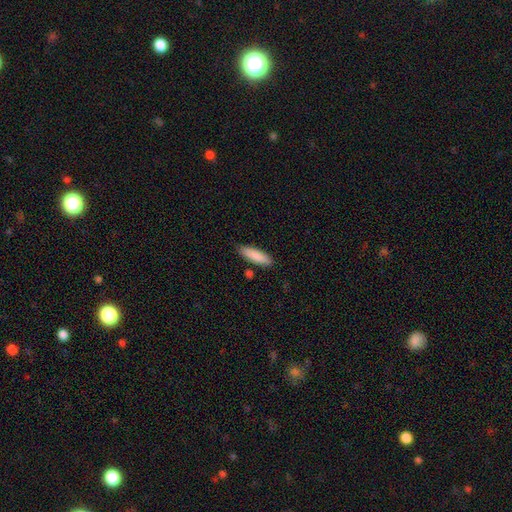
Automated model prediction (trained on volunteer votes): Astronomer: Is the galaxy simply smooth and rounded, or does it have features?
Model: smooth — 86%.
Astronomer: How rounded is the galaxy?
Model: cigar-shaped — 59% (runner-up: in between, 40%).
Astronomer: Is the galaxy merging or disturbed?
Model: none — 83%.